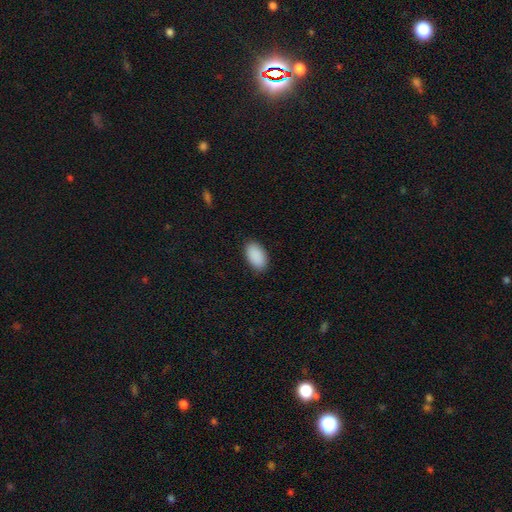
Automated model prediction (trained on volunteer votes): Smooth or featured?
  - smooth: 91% *
  - star or artifact: 6%
  - featured or disk: 2%
How rounded?
  - in between: 95% *
  - round: 3%
  - cigar-shaped: 2%
Merging?
  - none: 89% *
  - minor disturbance: 9%
  - major disturbance: 2%
  - merger: 1%